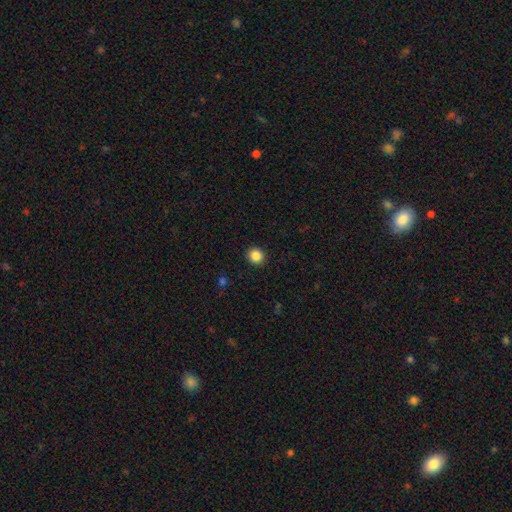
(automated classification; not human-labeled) Smooth or featured? Predicted: smooth (p=0.86). How rounded? Predicted: round (p=0.88). Merging? Predicted: none (p=0.93).